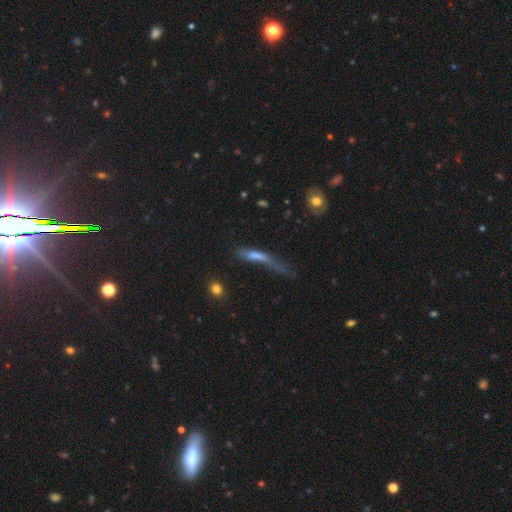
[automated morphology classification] smooth_or_featured: smooth (p=0.56) [alt: featured or disk p=0.29]
how_rounded: cigar-shaped (p=0.80) [alt: in between p=0.16]
merging: major disturbance (p=0.43) [alt: none p=0.26]